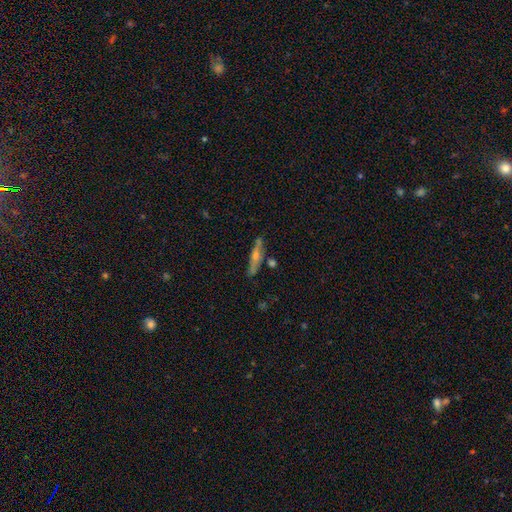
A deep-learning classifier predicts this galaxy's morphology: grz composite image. It shows a featured or disk galaxy (62%) viewed edge-on (90%) with a rounded central bulge (83%). Merging: none (78%).